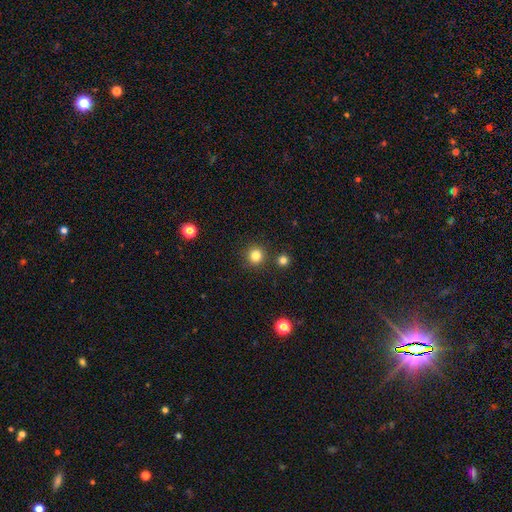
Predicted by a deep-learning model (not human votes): This is clearly a smooth galaxy (82%). How rounded: clearly round (94%). Merging: clearly none (88%).